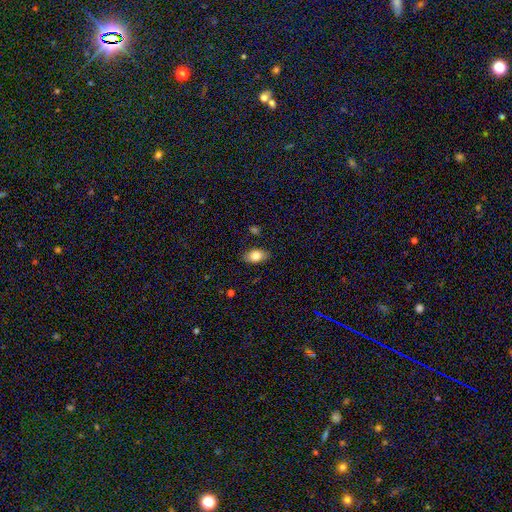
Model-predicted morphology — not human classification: Q: Smooth or featured?
A: smooth (81%); runner-up: featured or disk (11%)
Q: How rounded?
A: in between (89%); runner-up: round (9%)
Q: Merging?
A: none (85%); runner-up: minor disturbance (11%)